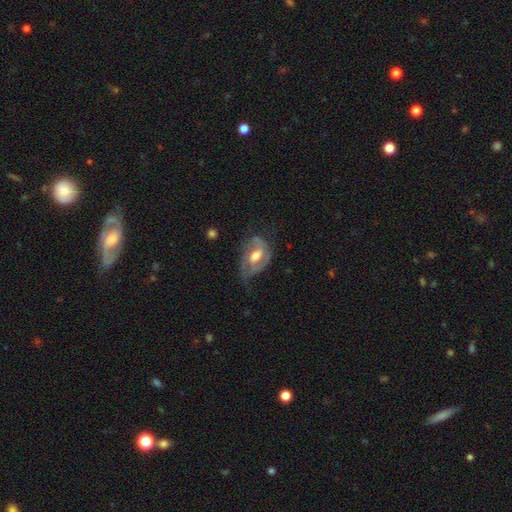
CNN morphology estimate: Q: Smooth or featured?
A: featured or disk (74%); runner-up: smooth (21%)
Q: Edge-on disk?
A: no (96%); runner-up: yes (4%)
Q: Bar?
A: weak (47%); runner-up: no (36%)
Q: Spiral arms?
A: yes (83%); runner-up: no (17%)
Q: Spiral winding?
A: medium (44%); runner-up: tight (34%)
Q: Spiral arm count?
A: 2 (61%); runner-up: can't tell (17%)
Q: Bulge size?
A: moderate (68%); runner-up: large (17%)
Q: Merging?
A: none (39%); runner-up: minor disturbance (30%)